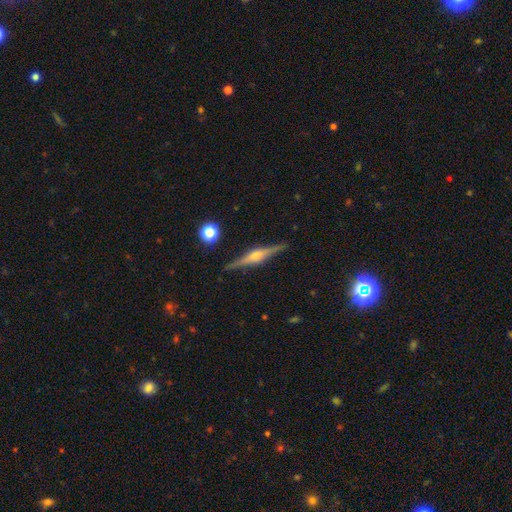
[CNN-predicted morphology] type=featured or disk (81%); edge-on=yes (98%); edge-on bulge=rounded (80%); merging=none (89%).